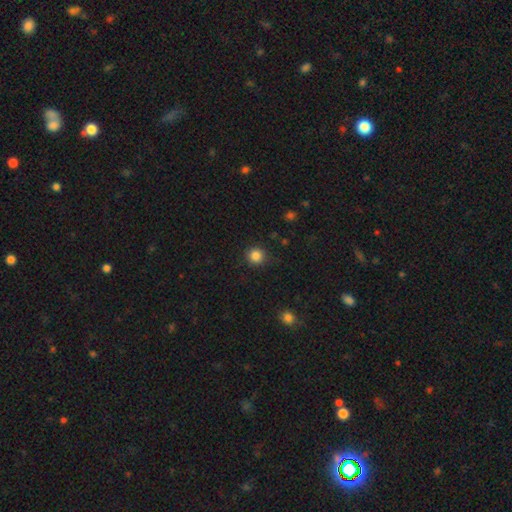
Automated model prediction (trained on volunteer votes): Smooth or featured: smooth — 85% (star or artifact — 11%)
How rounded: round — 92% (in between — 7%)
Merging: none — 88% (minor disturbance — 9%)